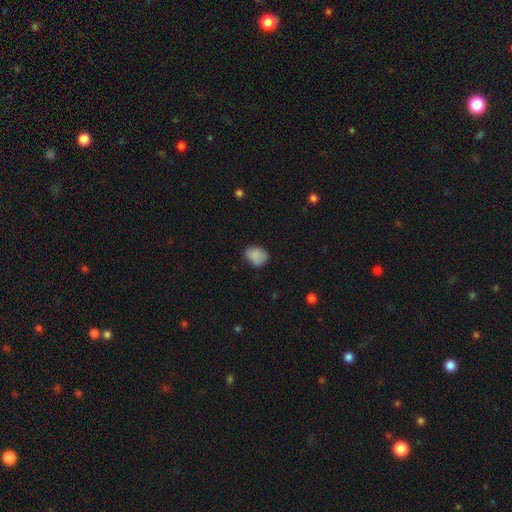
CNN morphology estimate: A smooth galaxy with no disk features (84%) that is in between round and cigar-shaped (56%).

Vote fractions:
- Smooth or featured? smooth: 84% / star or artifact: 9% / featured or disk: 7%
- How rounded? in between: 56% / round: 43% / cigar-shaped: 1%
- Merging? none: 66% / minor disturbance: 26% / major disturbance: 6% / merger: 2%